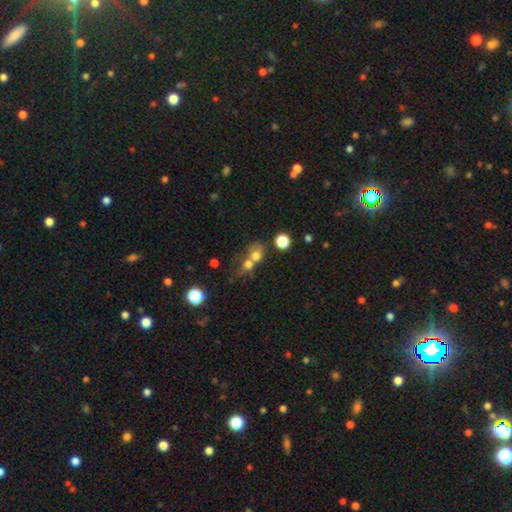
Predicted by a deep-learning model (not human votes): Smooth or featured?
  - smooth: 70% *
  - star or artifact: 15%
  - featured or disk: 15%
How rounded?
  - round: 70% *
  - in between: 28%
  - cigar-shaped: 2%
Merging?
  - merger: 60% *
  - none: 27%
  - minor disturbance: 7%
  - major disturbance: 6%